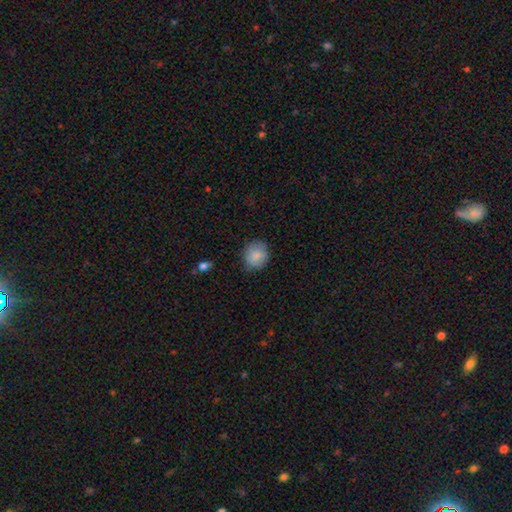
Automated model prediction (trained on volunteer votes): smooth 84%, star or artifact 8%, featured or disk 8%. Down the decision tree: how rounded — round (77%); merging — none (81%).